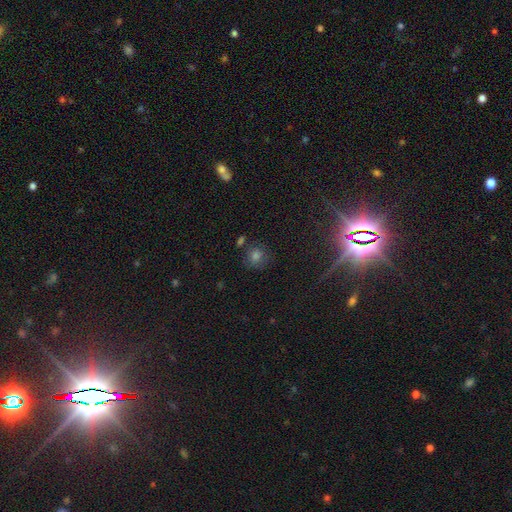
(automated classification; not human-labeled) This is possibly a smooth galaxy (56%). How rounded: clearly round (89%). Merging: clearly none (81%).